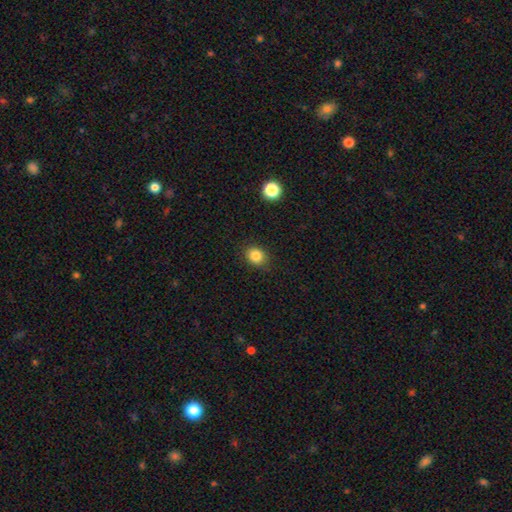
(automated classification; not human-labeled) Q: Smooth or featured?
A: smooth (84%); runner-up: star or artifact (11%)
Q: How rounded?
A: round (65%); runner-up: in between (34%)
Q: Merging?
A: none (87%); runner-up: minor disturbance (9%)